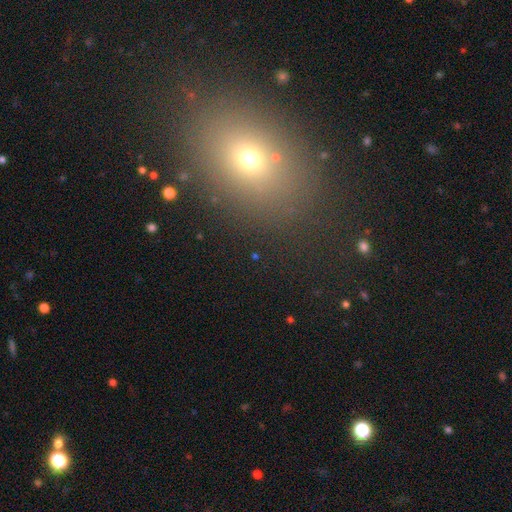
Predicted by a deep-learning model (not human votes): The model was most divided on "smooth or featured": star or artifact: 44%, smooth: 42%, featured or disk: 14%.